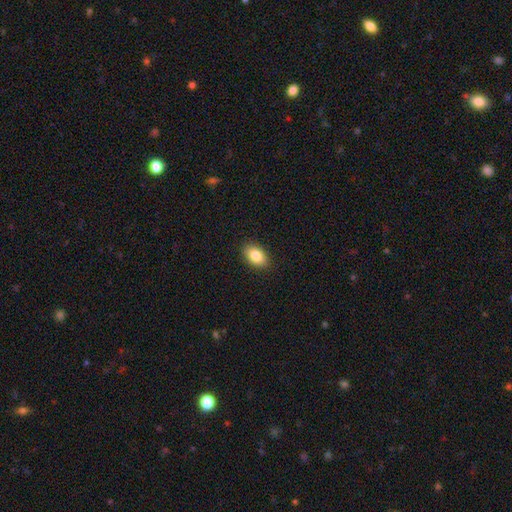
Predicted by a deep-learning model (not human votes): Smooth or featured?
  - smooth: 85% *
  - star or artifact: 8%
  - featured or disk: 8%
How rounded?
  - in between: 89% *
  - round: 10%
  - cigar-shaped: 1%
Merging?
  - none: 89% *
  - minor disturbance: 8%
  - major disturbance: 2%
  - merger: 1%